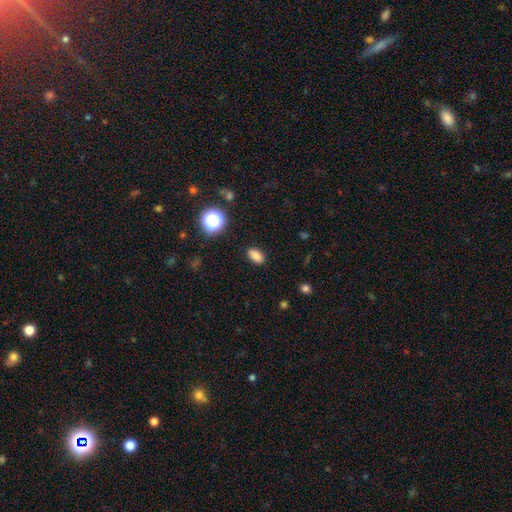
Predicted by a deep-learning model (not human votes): Smooth or featured? smooth (83%)
How rounded? in between (87%)
Merging? none (88%)